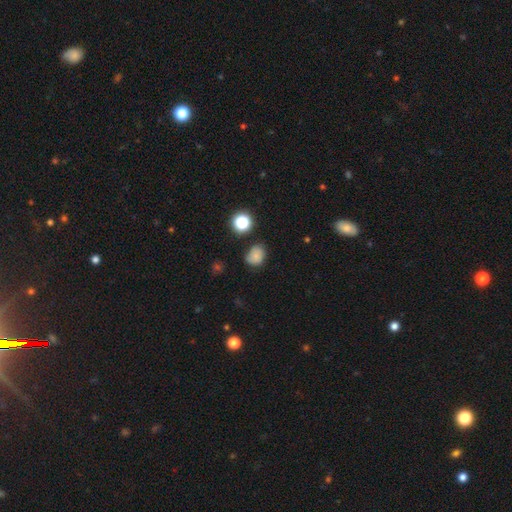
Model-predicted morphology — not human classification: smooth-or-featured: smooth: 76% | star or artifact: 15% | featured or disk: 9%
  how-rounded: round: 54% | in between: 45% | cigar-shaped: 1%
  merging: none: 65% | minor disturbance: 26% | major disturbance: 6% | merger: 3%